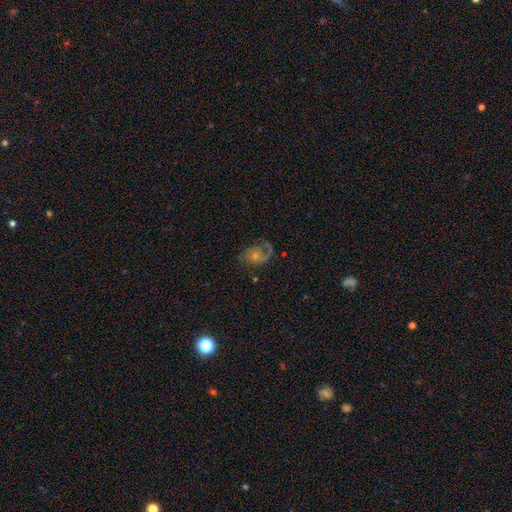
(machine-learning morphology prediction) This appears to be a featured or disk galaxy (72%) with no bar (75%), 2 (44%) medium (44%) spiral arms (91%) and a small central bulge (50%). Merging: none (65%).